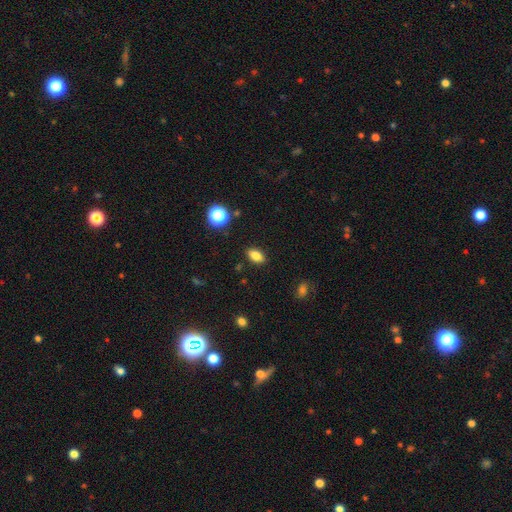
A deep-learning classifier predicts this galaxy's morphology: The model was most divided on "smooth or featured": smooth: 82%, star or artifact: 10%, featured or disk: 7%. More confident: merging — none (88%); how rounded — in between (87%).